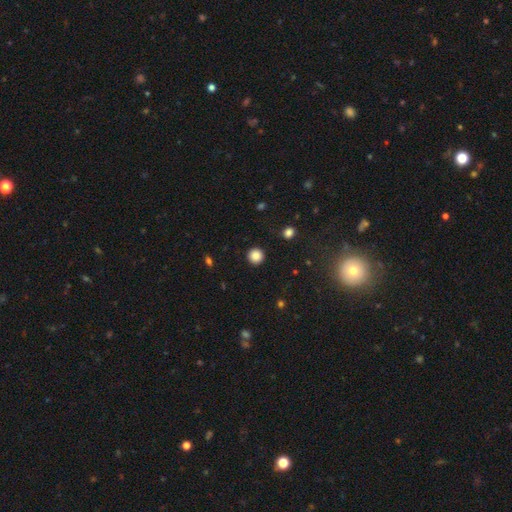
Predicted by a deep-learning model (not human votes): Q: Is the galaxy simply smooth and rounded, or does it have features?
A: smooth — 86%.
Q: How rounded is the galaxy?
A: round — 95%.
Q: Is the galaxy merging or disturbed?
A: none — 92%.